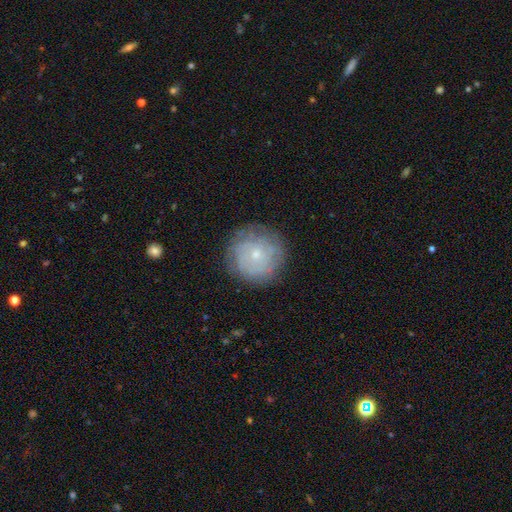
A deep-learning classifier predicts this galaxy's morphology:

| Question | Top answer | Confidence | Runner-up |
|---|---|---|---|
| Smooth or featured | featured or disk | 47% | smooth (44%) |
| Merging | none | 81% | minor disturbance (13%) |